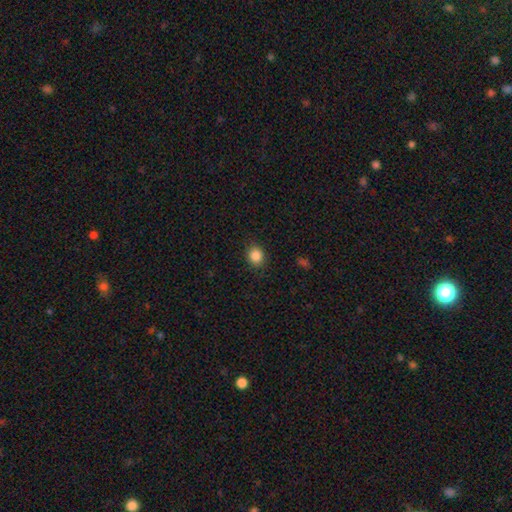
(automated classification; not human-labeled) A smooth galaxy with no disk features (86%) that is round (73%).

Vote fractions:
- Smooth or featured? smooth: 86% / star or artifact: 10% / featured or disk: 4%
- How rounded? round: 73% / in between: 26% / cigar-shaped: 1%
- Merging? none: 88% / minor disturbance: 9% / major disturbance: 3% / merger: 1%